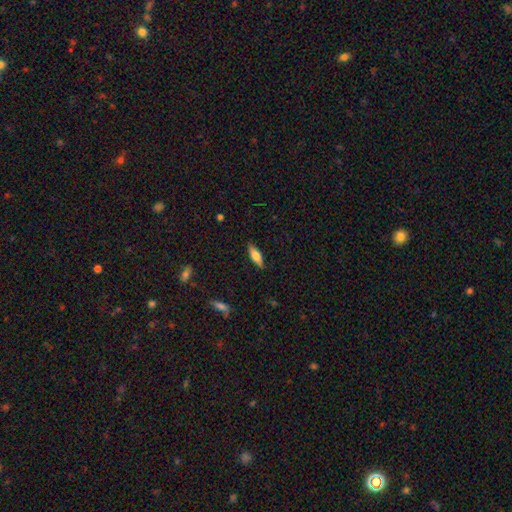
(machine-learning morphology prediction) Smooth or featured? Predicted: smooth (p=0.67). How rounded? Predicted: in between (p=0.55). Merging? Predicted: none (p=0.87).